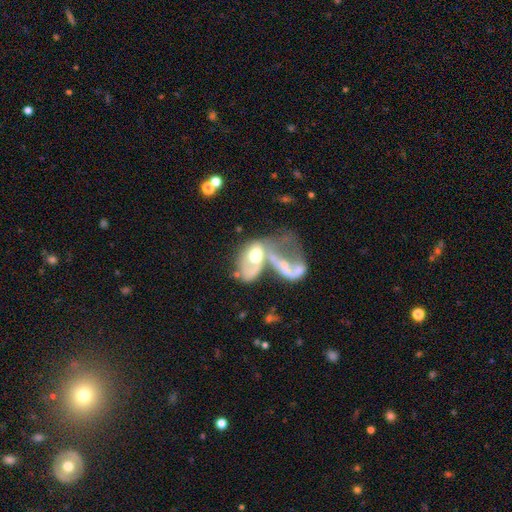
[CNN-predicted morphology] Smooth or featured? Predicted: featured or disk (p=0.55). Edge-on disk? Predicted: no (p=0.95). Bar? Predicted: no (p=0.78). Spiral arms? Predicted: no (p=0.68). Bulge size? Predicted: moderate (p=0.55). Merging? Predicted: merger (p=0.60).